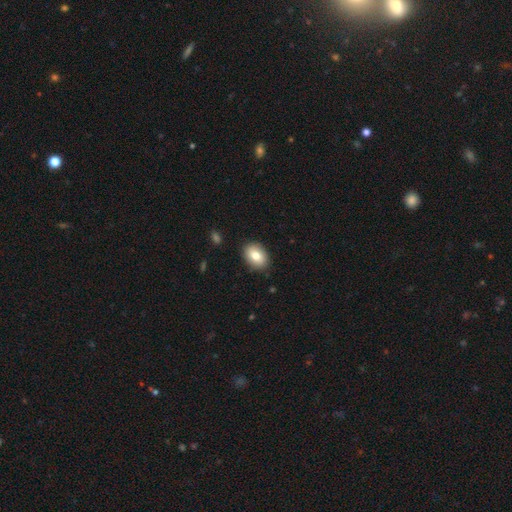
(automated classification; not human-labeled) This appears to be a smooth galaxy with no disk features (80%) that is in between round and cigar-shaped (80%). Merging: none (88%).